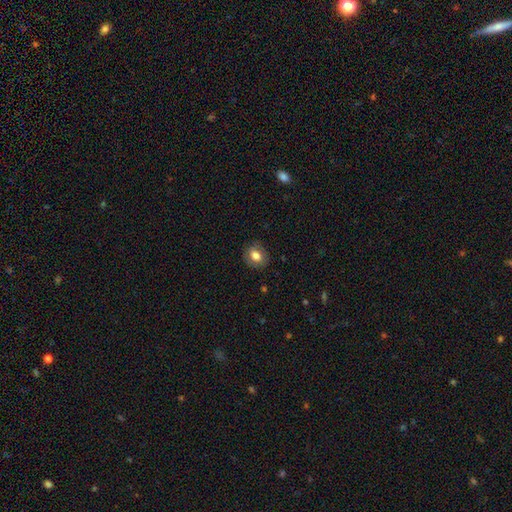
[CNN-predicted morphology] Smooth or featured: smooth — 78% (featured or disk — 14%)
How rounded: round — 51% (in between — 48%)
Merging: none — 84% (minor disturbance — 11%)